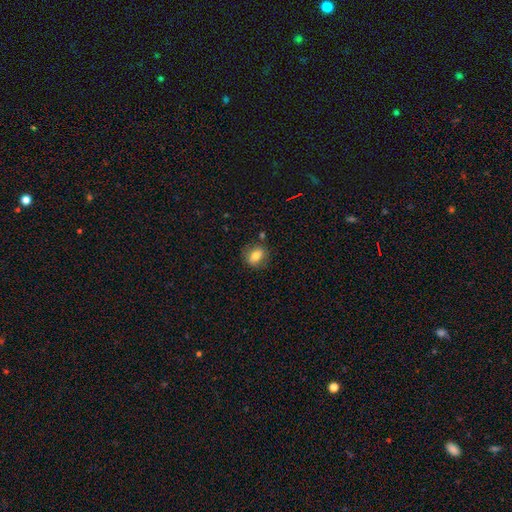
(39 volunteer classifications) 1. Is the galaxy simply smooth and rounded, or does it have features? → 69% smooth, 21% featured or disk, 10% star or artifact.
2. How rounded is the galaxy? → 56% round, 41% in between, 4% cigar-shaped.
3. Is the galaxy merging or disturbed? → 74% none, 20% minor disturbance, 6% merger, 0% major disturbance.